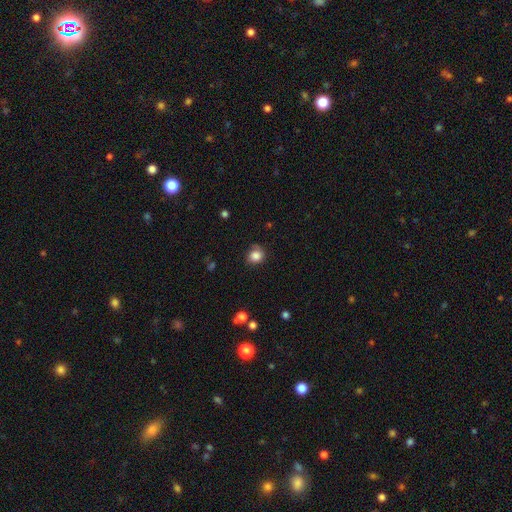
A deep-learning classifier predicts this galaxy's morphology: Overall: smooth (83%). How rounded: round (78%). Merging: none (69%).